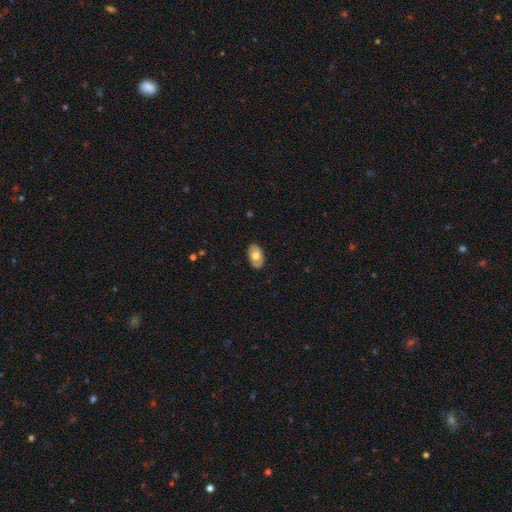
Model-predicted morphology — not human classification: Q: Smooth or featured?
A: smooth (58%); runner-up: featured or disk (36%)
Q: How rounded?
A: in between (91%); runner-up: round (8%)
Q: Merging?
A: none (84%); runner-up: minor disturbance (13%)